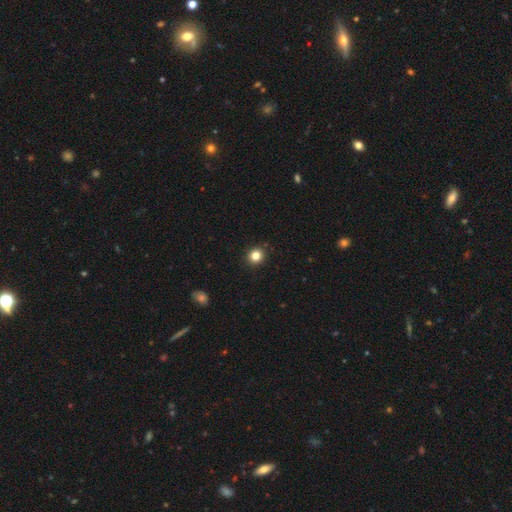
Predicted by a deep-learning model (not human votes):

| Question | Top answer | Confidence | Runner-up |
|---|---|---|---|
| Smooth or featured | smooth | 82% | star or artifact (13%) |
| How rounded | round | 88% | in between (11%) |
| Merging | none | 92% | minor disturbance (5%) |